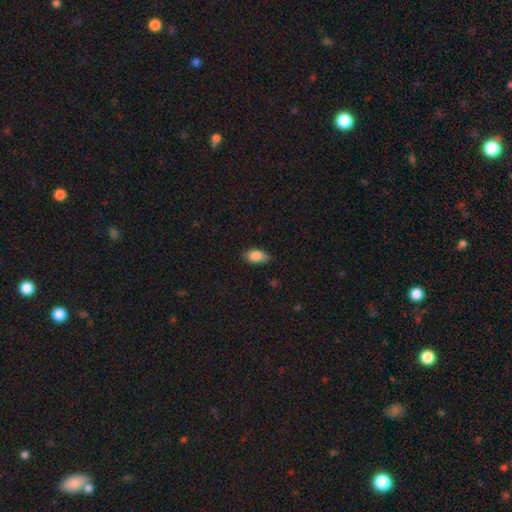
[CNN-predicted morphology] A smooth galaxy with no disk features (85%) that is in between round and cigar-shaped (90%). Merging: none (68%).